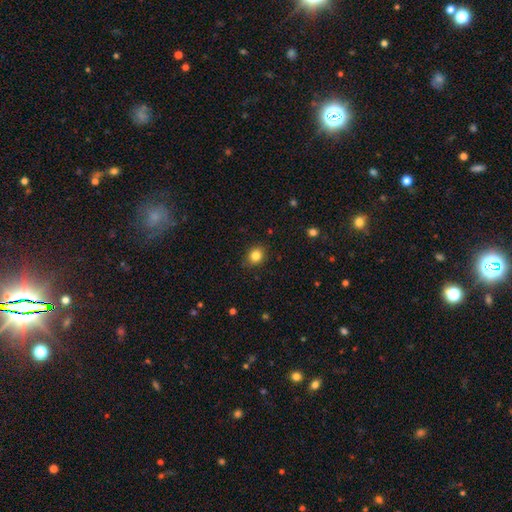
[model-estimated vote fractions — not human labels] Morphology: type=smooth (83%); roundness=round (68%); merging=none (86%).